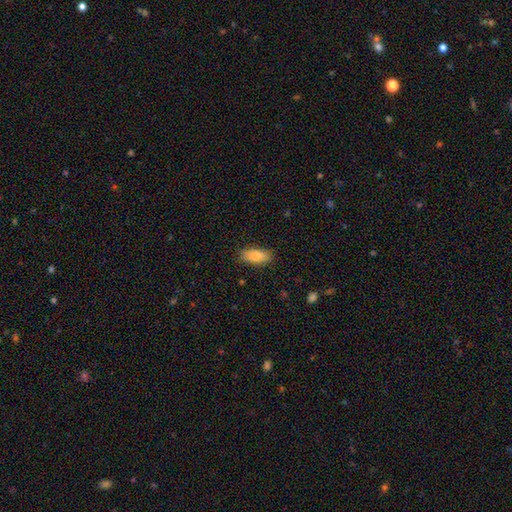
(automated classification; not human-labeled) smooth_or_featured: smooth (p=0.87) [alt: featured or disk p=0.07]
how_rounded: in between (p=0.87) [alt: cigar-shaped p=0.11]
merging: none (p=0.84) [alt: minor disturbance p=0.12]